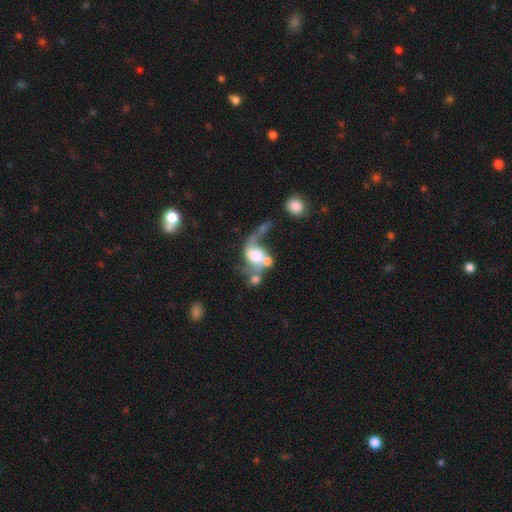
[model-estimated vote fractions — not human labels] Overall: featured or disk (65%; smooth 26%). Edge-on disk: no (97%). Bar: no (63%; weak 27%). Spiral arms: yes (78%). Bulge size: large (38%; moderate 22%). Merging: merger (37%; major disturbance 33%).